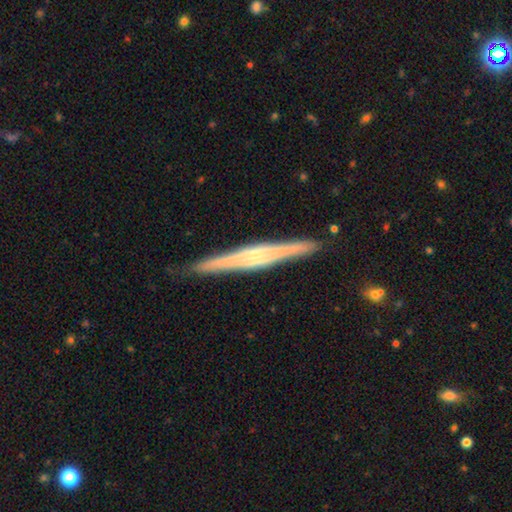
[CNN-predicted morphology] Overall: featured or disk (77%). Edge-on disk: yes (98%). Edge-on bulge: rounded (51%; boxy 30%). Merging: none (90%).